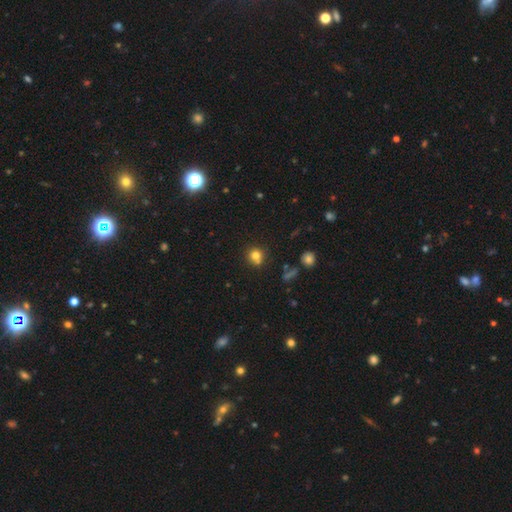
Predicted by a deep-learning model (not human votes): This is likely a smooth galaxy (76%). How rounded: clearly round (88%). Merging: likely none (68%).